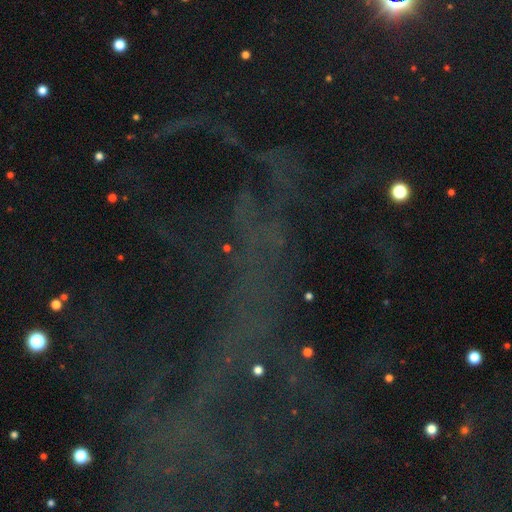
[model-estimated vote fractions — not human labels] The model was most divided on "smooth or featured": star or artifact: 78%, featured or disk: 12%, smooth: 10%.